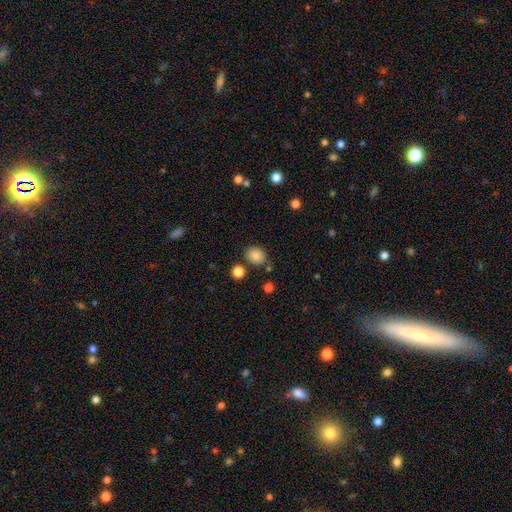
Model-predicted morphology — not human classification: This appears to be a smooth galaxy with no disk features (85%) that is round (57%). Merging: none (80%).